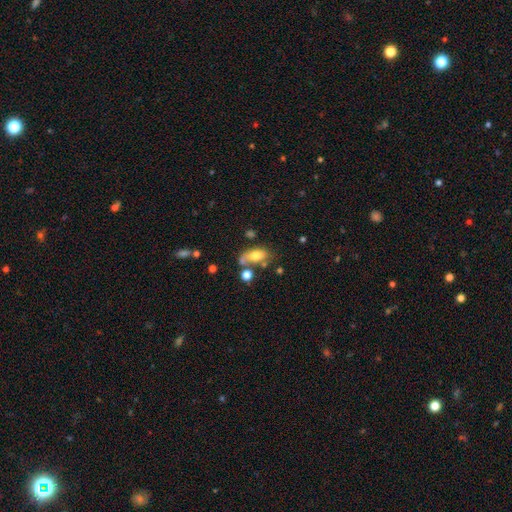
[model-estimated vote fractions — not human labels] A smooth galaxy with no disk features (67%) that is in between round and cigar-shaped (84%).

Vote fractions:
- Smooth or featured? smooth: 67% / featured or disk: 23% / star or artifact: 10%
- How rounded? in between: 84% / round: 10% / cigar-shaped: 6%
- Merging? none: 42% / merger: 24% / minor disturbance: 21% / major disturbance: 13%